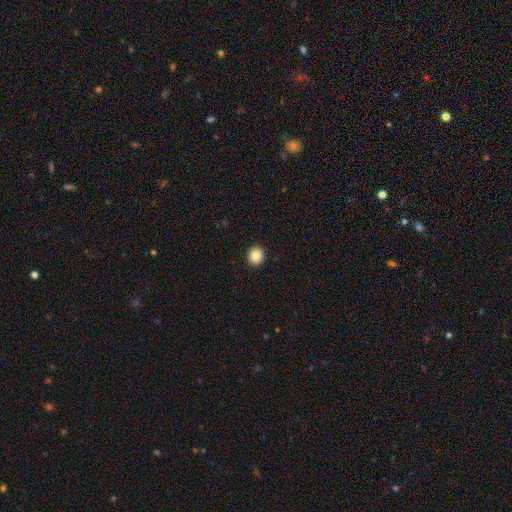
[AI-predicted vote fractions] Smooth or featured: smooth — 87% (star or artifact — 9%)
How rounded: round — 79% (in between — 20%)
Merging: none — 93% (minor disturbance — 5%)